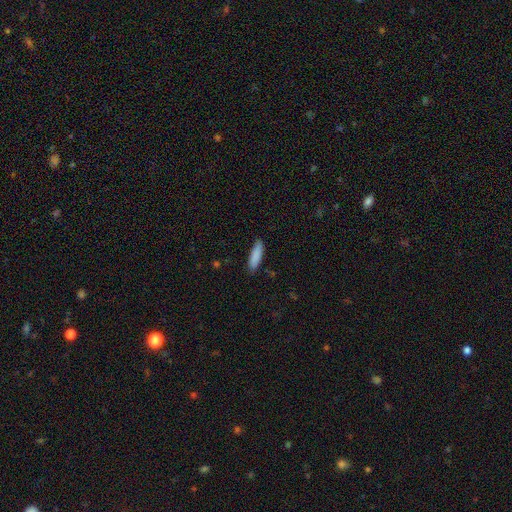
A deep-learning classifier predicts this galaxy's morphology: type=smooth (88%); roundness=cigar-shaped (64%); merging=none (87%).